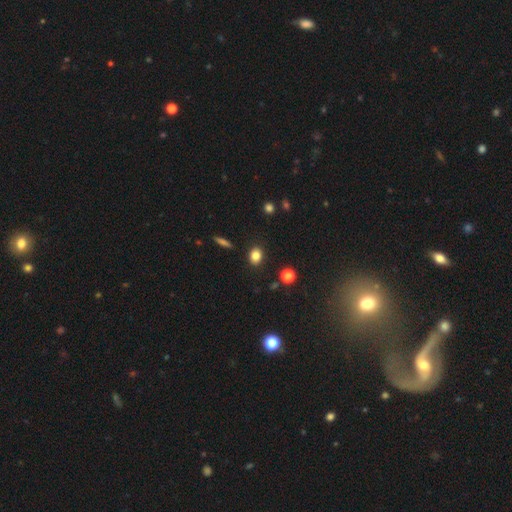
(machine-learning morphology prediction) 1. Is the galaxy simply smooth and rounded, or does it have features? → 83% smooth, 11% star or artifact, 6% featured or disk.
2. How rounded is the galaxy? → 49% in between (tied), 49% round (tied), 2% cigar-shaped.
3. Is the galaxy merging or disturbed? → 88% none, 8% minor disturbance, 2% major disturbance, 2% merger.